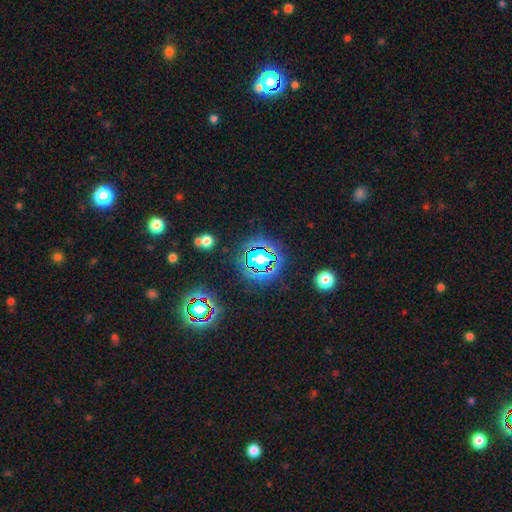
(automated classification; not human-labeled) smooth-or-featured: star or artifact: 79% | smooth: 13% | featured or disk: 8%